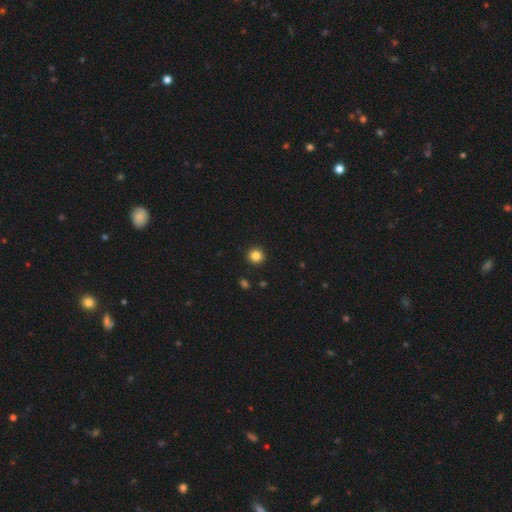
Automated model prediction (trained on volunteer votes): Overall: smooth (85%). How rounded: round (93%). Merging: none (92%).